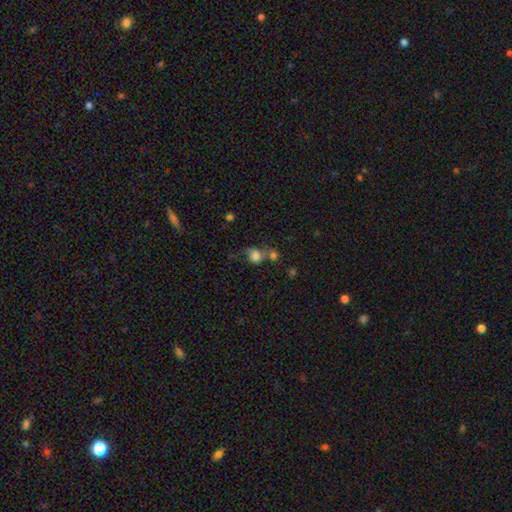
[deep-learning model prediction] Smooth or featured?
  - smooth: 76% *
  - featured or disk: 12%
  - star or artifact: 12%
How rounded?
  - round: 70% *
  - in between: 29%
  - cigar-shaped: 1%
Merging?
  - none: 35% *
  - merger: 33%
  - minor disturbance: 18%
  - major disturbance: 14%